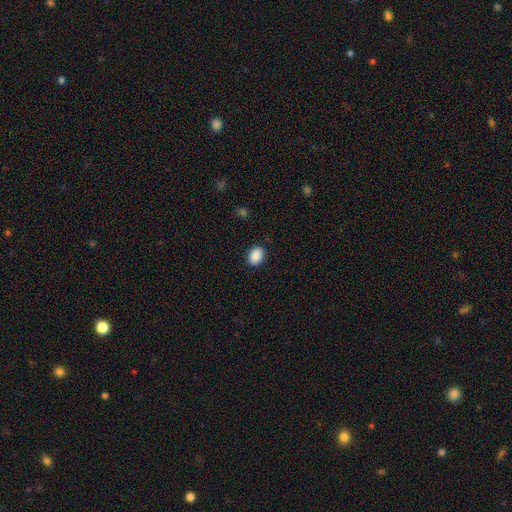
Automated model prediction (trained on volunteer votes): Smooth or featured?
  - smooth: 90% *
  - star or artifact: 8%
  - featured or disk: 3%
How rounded?
  - in between: 69% *
  - round: 30%
  - cigar-shaped: 1%
Merging?
  - none: 88% *
  - minor disturbance: 9%
  - major disturbance: 2%
  - merger: 1%